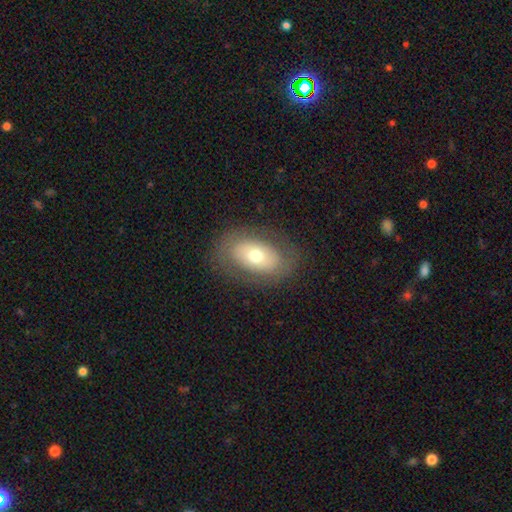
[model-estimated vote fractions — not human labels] This is possibly a smooth galaxy (58%). How rounded: clearly in between (85%). Merging: clearly none (80%).